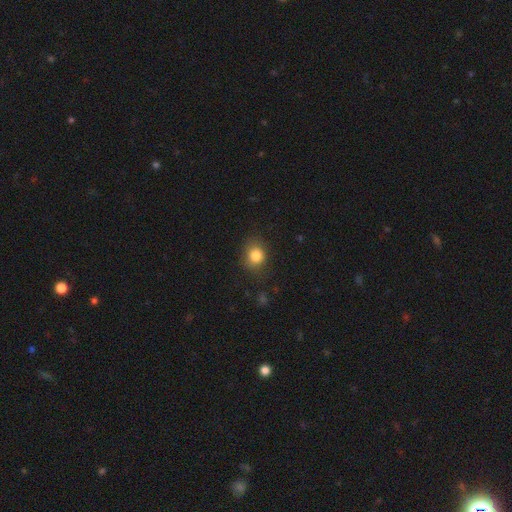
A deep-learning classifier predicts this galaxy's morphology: Q: Smooth or featured?
A: smooth (83%); runner-up: star or artifact (10%)
Q: How rounded?
A: round (67%); runner-up: in between (32%)
Q: Merging?
A: none (76%); runner-up: minor disturbance (17%)